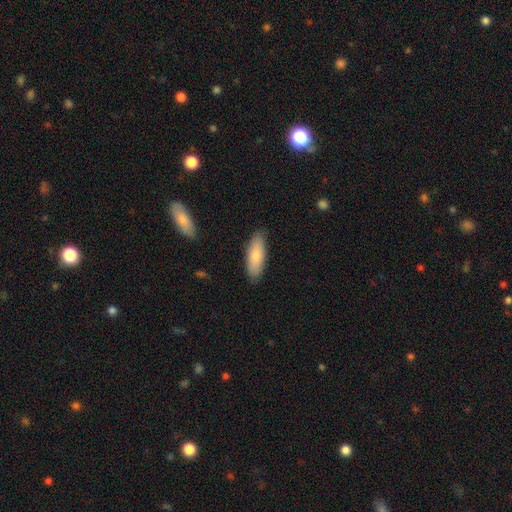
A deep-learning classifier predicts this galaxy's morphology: Smooth or featured: smooth — 80% (featured or disk — 15%)
How rounded: in between — 57% (cigar-shaped — 42%)
Merging: none — 86% (minor disturbance — 10%)